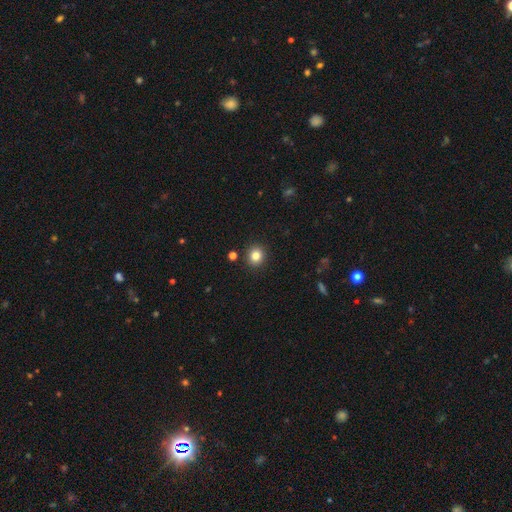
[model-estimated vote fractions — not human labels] Q: Smooth or featured?
A: smooth (83%); runner-up: star or artifact (12%)
Q: How rounded?
A: round (88%); runner-up: in between (11%)
Q: Merging?
A: none (90%); runner-up: minor disturbance (5%)